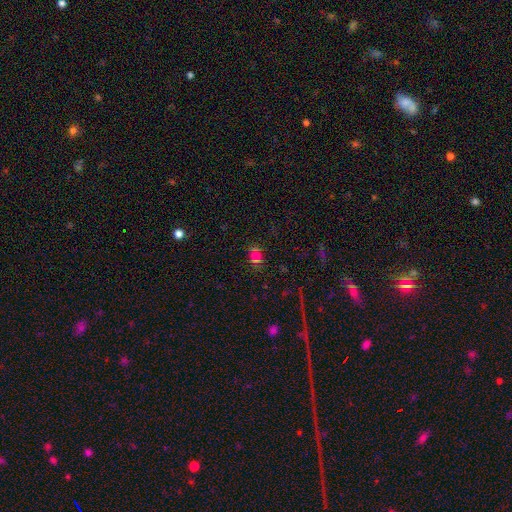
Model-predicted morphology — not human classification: smooth_or_featured: star or artifact (p=0.47) [alt: smooth p=0.40]